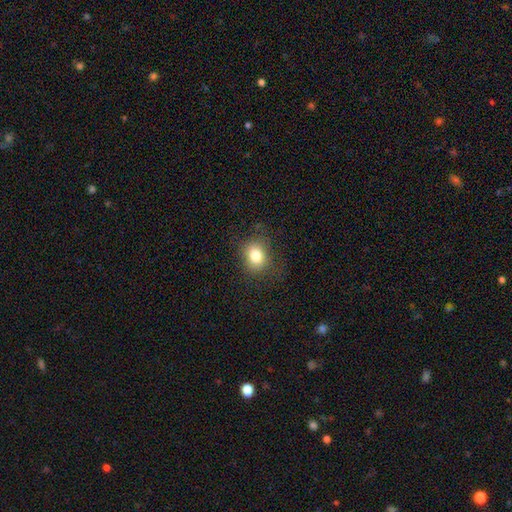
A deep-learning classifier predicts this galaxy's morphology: type=smooth (80%); roundness=round (61%); merging=none (81%).